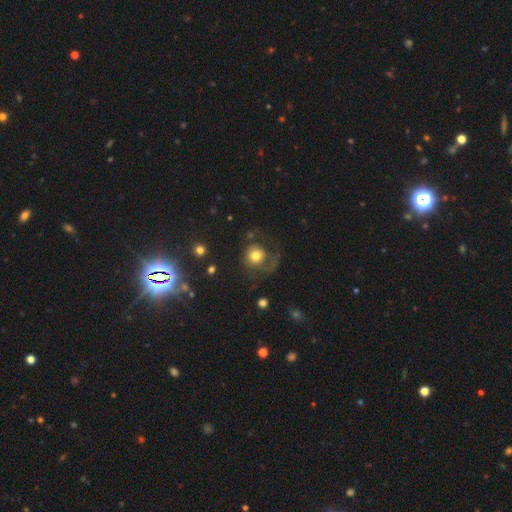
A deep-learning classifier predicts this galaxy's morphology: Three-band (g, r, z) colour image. It shows a smooth galaxy with no disk features (63%) that is round (85%). Merging: none (40%, tied with major disturbance).